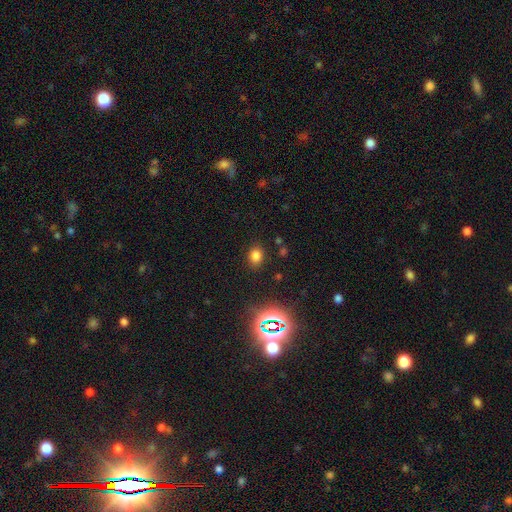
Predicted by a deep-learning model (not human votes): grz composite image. It shows a smooth galaxy with no disk features (75%) that is in between round and cigar-shaped (51%). Merging: none (85%).